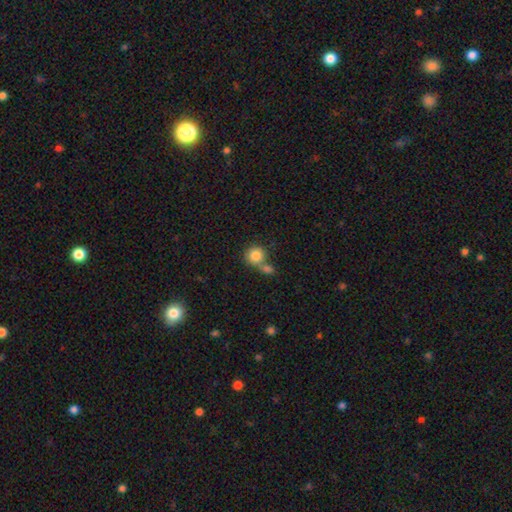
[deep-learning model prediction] Smooth or featured? smooth (83%)
How rounded? round (88%)
Merging? none (45%)